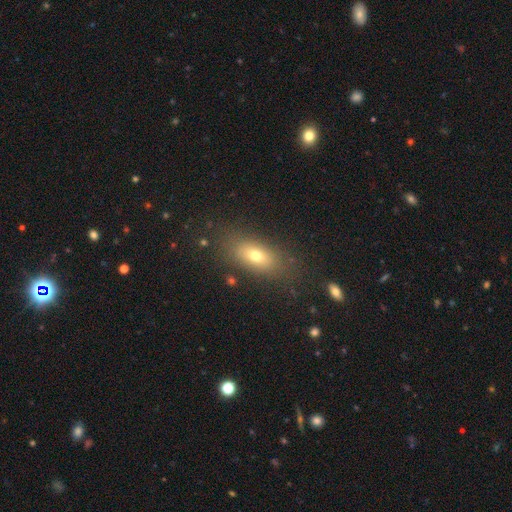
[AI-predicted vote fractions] Smooth or featured? Predicted: smooth (p=0.69). How rounded? Predicted: in between (p=0.79). Merging? Predicted: none (p=0.81).